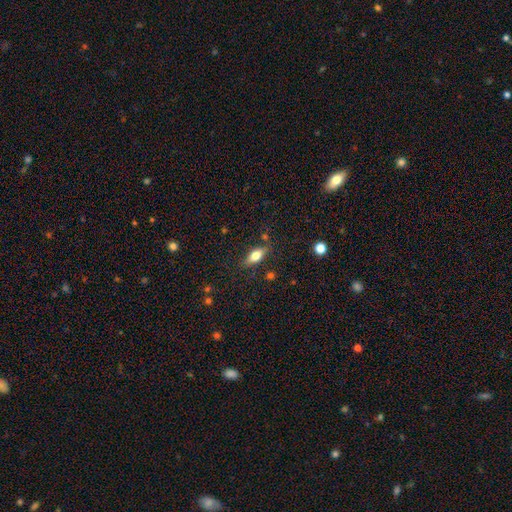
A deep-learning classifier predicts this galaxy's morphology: smooth_or_featured: smooth (p=0.62) [alt: featured or disk p=0.30]
how_rounded: in between (p=0.73) [alt: cigar-shaped p=0.23]
merging: none (p=0.80) [alt: minor disturbance p=0.14]